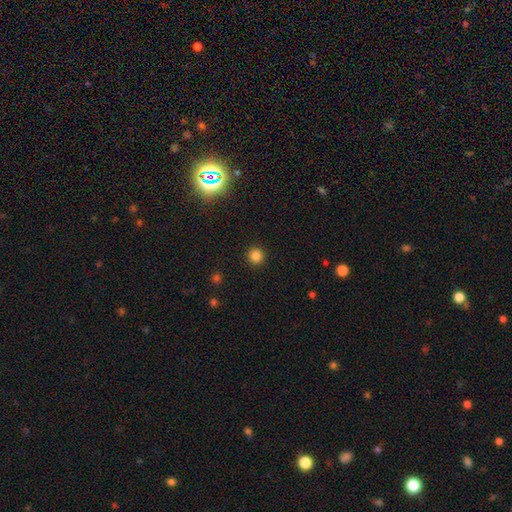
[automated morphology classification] Smooth or featured? smooth (83%)
How rounded? round (95%)
Merging? none (93%)